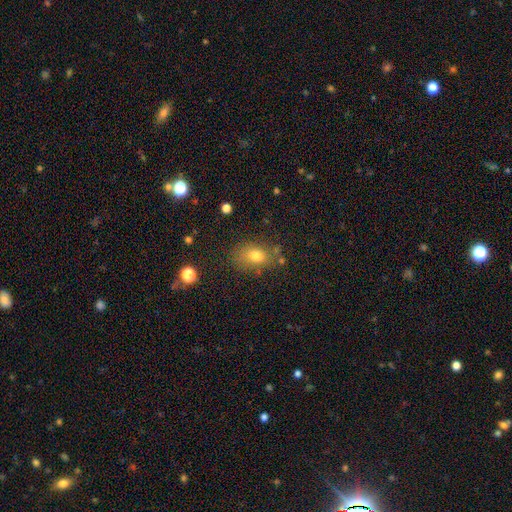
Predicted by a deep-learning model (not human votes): Smooth or featured: smooth — 76% (star or artifact — 13%)
How rounded: in between — 74% (round — 24%)
Merging: none — 67% (minor disturbance — 19%)